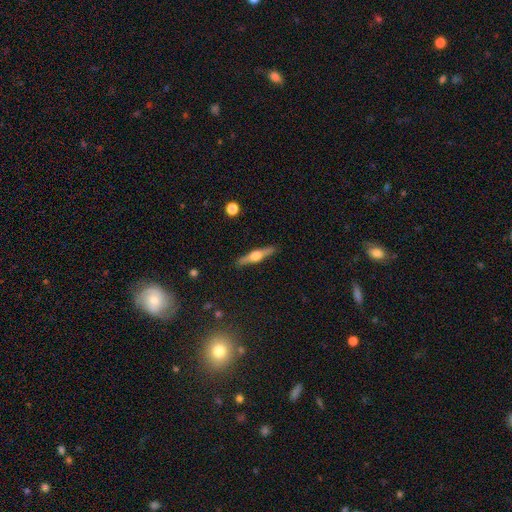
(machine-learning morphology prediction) type=featured or disk (70%); edge-on=yes (97%); edge-on bulge=rounded (92%); merging=none (89%).